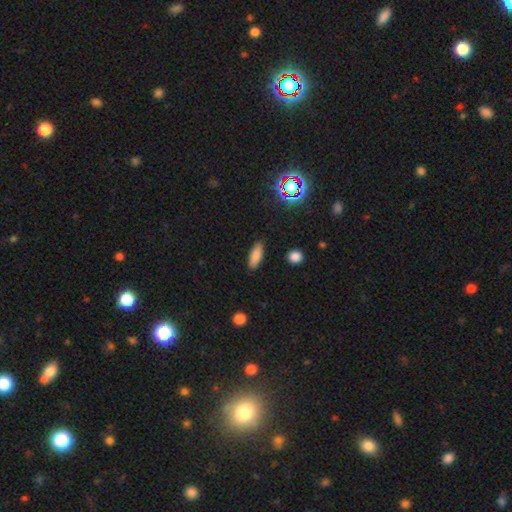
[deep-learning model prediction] Smooth or featured?
  - smooth: 84% *
  - star or artifact: 10%
  - featured or disk: 6%
How rounded?
  - in between: 65% *
  - cigar-shaped: 32%
  - round: 3%
Merging?
  - none: 88% *
  - minor disturbance: 8%
  - major disturbance: 2%
  - merger: 1%